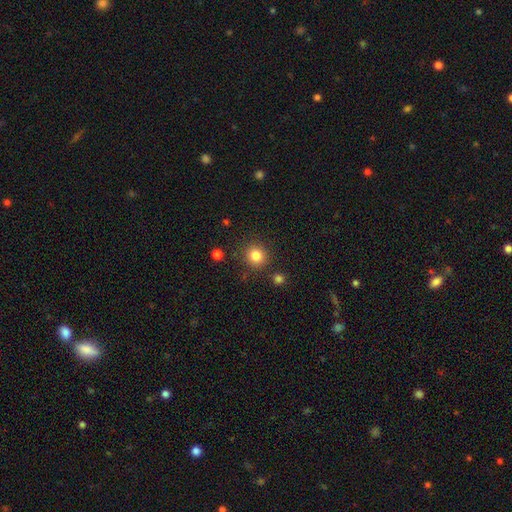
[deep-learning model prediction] Smooth or featured: smooth — 84% (star or artifact — 11%)
How rounded: round — 89% (in between — 10%)
Merging: none — 86% (minor disturbance — 7%)